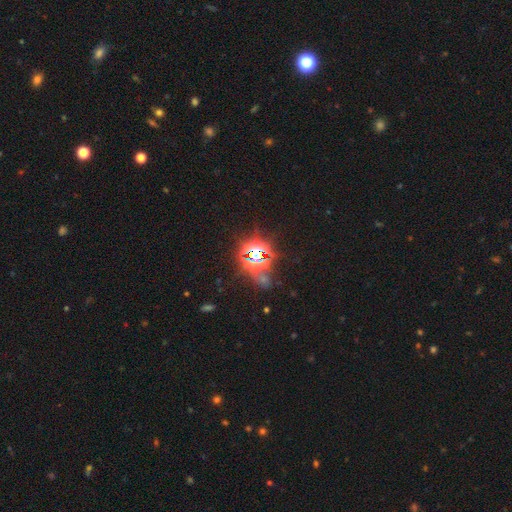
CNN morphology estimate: smooth_or_featured: star or artifact (p=0.78) [alt: smooth p=0.13]